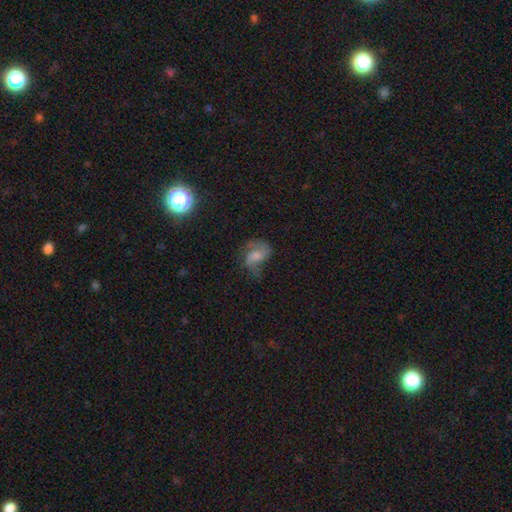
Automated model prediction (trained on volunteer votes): Smooth or featured? featured or disk (62%)
Edge-on disk? no (97%)
Bar? no (52%)
Spiral arms? yes (87%)
Spiral winding? loose (50%)
Spiral arm count? 2 (77%)
Bulge size? moderate (31%)
Merging? none (45%)